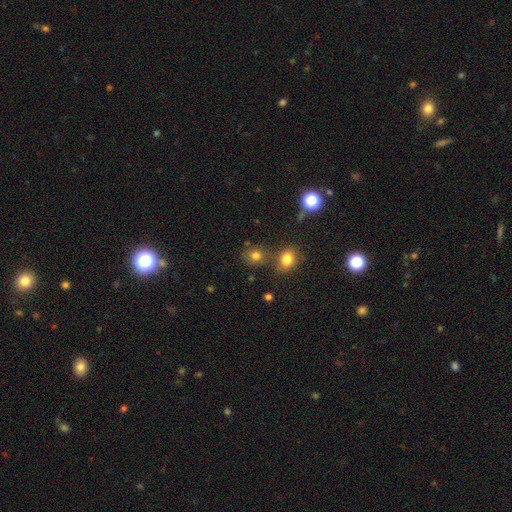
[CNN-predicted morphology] Smooth or featured? Predicted: smooth (p=0.76). How rounded? Predicted: round (p=0.72). Merging? Predicted: none (p=0.66).